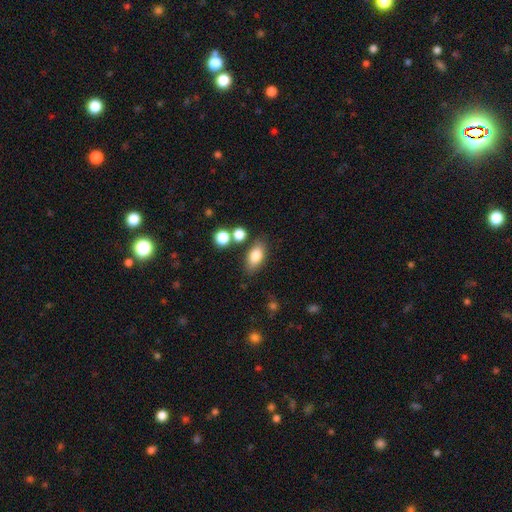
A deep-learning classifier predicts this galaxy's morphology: A smooth galaxy with no disk features (80%) that is in between round and cigar-shaped (86%).

Vote fractions:
- Smooth or featured? smooth: 80% / featured or disk: 11% / star or artifact: 8%
- How rounded? in between: 86% / round: 8% / cigar-shaped: 6%
- Merging? none: 75% / minor disturbance: 13% / merger: 8% / major disturbance: 4%